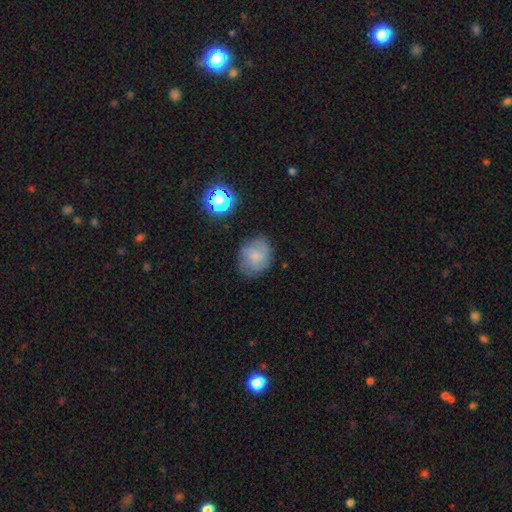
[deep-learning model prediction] Smooth or featured? smooth (58%)
How rounded? round (58%)
Merging? none (66%)